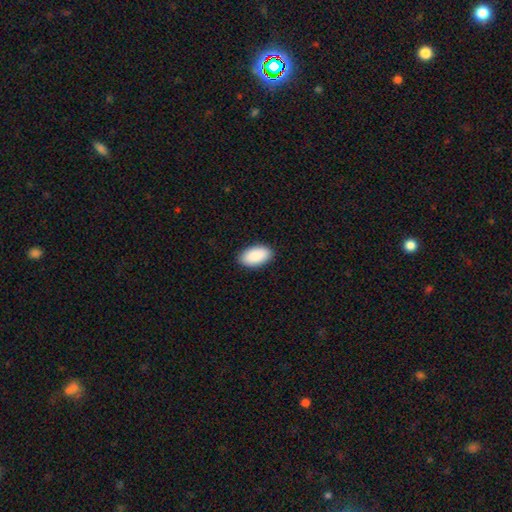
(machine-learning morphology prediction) The model was most divided on "merging": none: 89%, minor disturbance: 8%, major disturbance: 2%, merger: 1%. More confident: how rounded — in between (96%); smooth or featured — smooth (91%).